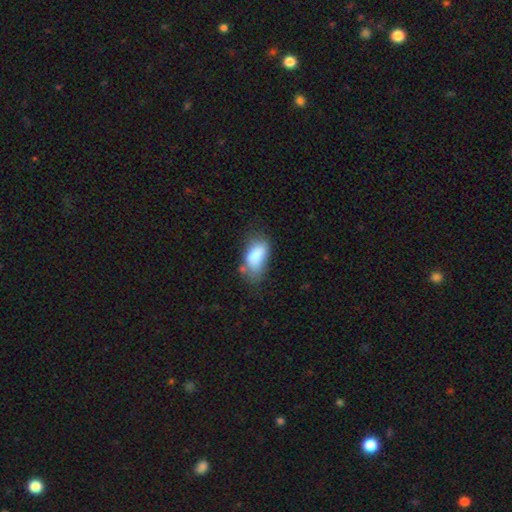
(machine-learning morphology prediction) smooth_or_featured: smooth (p=0.80) [alt: featured or disk p=0.11]
how_rounded: in between (p=0.92) [alt: round p=0.04]
merging: none (p=0.39) [alt: minor disturbance p=0.34]